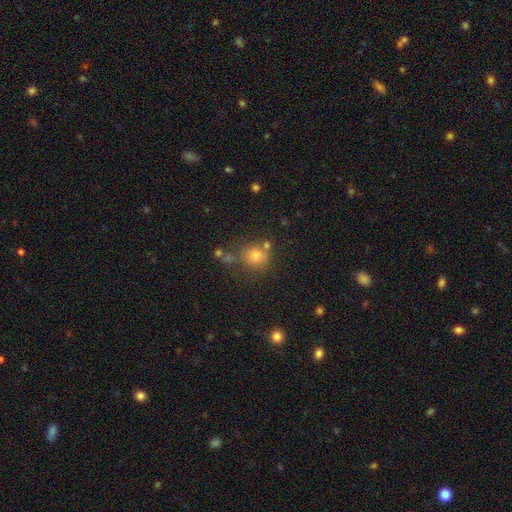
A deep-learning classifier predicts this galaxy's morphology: smooth 73%, star or artifact 17%, featured or disk 10%. Down the decision tree: how rounded — round (85%); merging — none (66%).